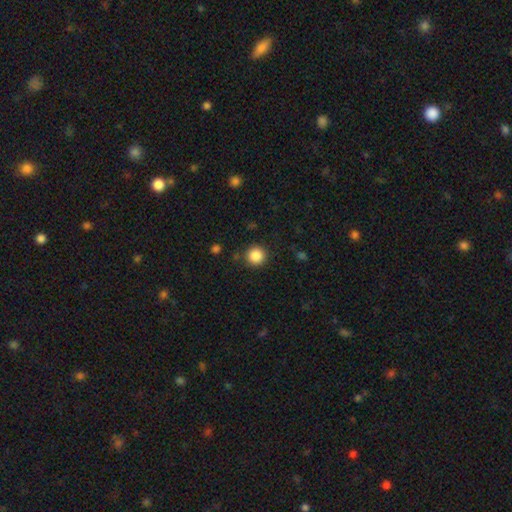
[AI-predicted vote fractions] Overall: smooth (86%). How rounded: round (94%). Merging: none (88%).